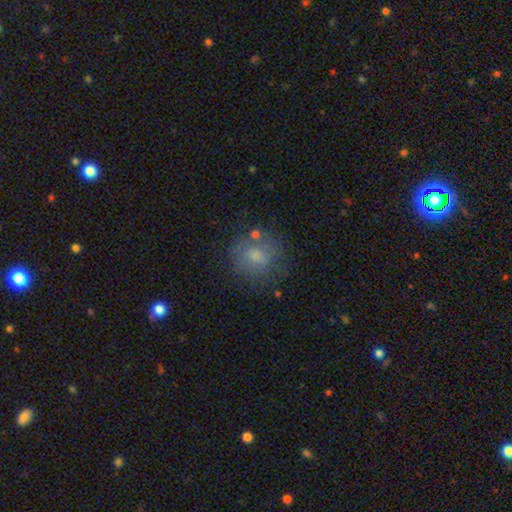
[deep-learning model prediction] A smooth galaxy with no disk features (71%) that is round (81%).

Vote fractions:
- Smooth or featured? smooth: 71% / featured or disk: 17% / star or artifact: 12%
- How rounded? round: 81% / in between: 18% / cigar-shaped: 1%
- Merging? none: 70% / minor disturbance: 17% / major disturbance: 8% / merger: 5%